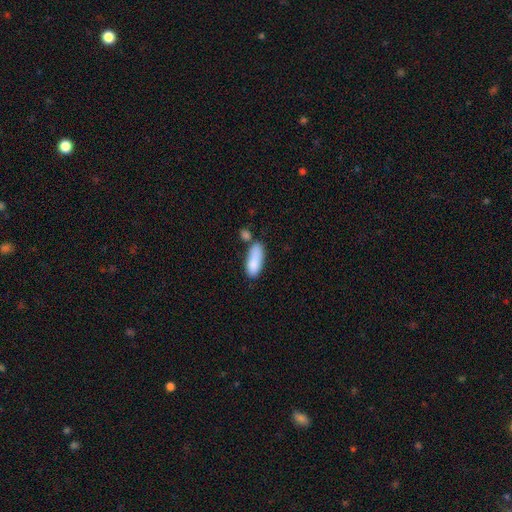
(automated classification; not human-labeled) Smooth or featured? smooth (86%)
How rounded? in between (74%)
Merging? none (46%)